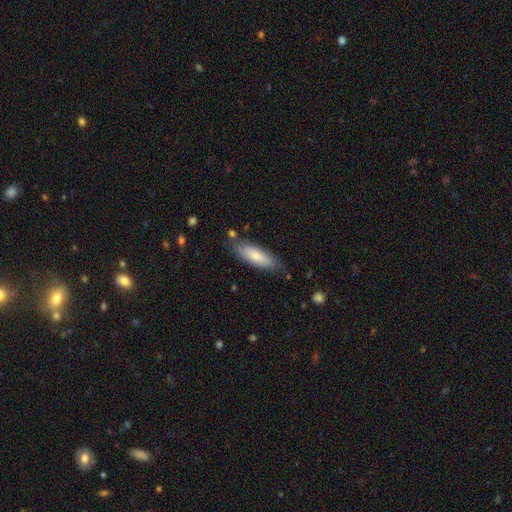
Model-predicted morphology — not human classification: This is likely a smooth galaxy (77%). How rounded: possibly in between (58%). Merging: likely none (76%).